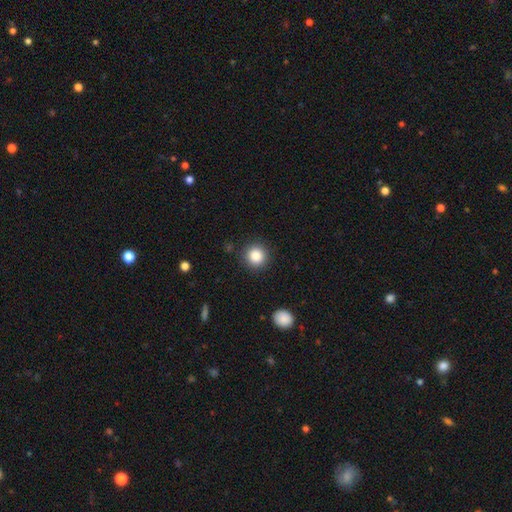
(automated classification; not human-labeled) smooth 85%, star or artifact 10%, featured or disk 5%. Down the decision tree: how rounded — round (94%); merging — none (90%).